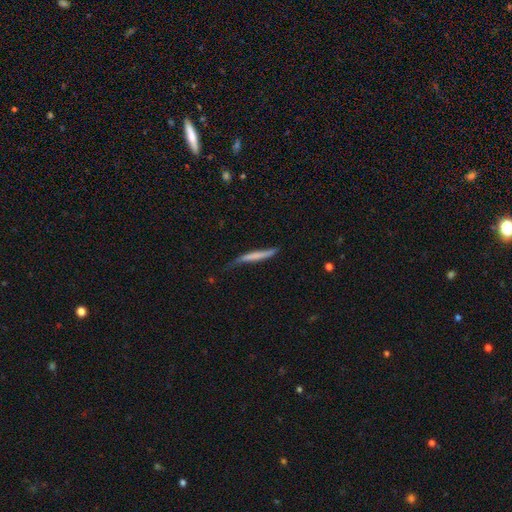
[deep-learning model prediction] smooth-or-featured: smooth: 56% | featured or disk: 38% | star or artifact: 6%
  how-rounded: cigar-shaped: 94% | in between: 4% | round: 2%
  merging: none: 47% | minor disturbance: 36% | major disturbance: 13% | merger: 3%